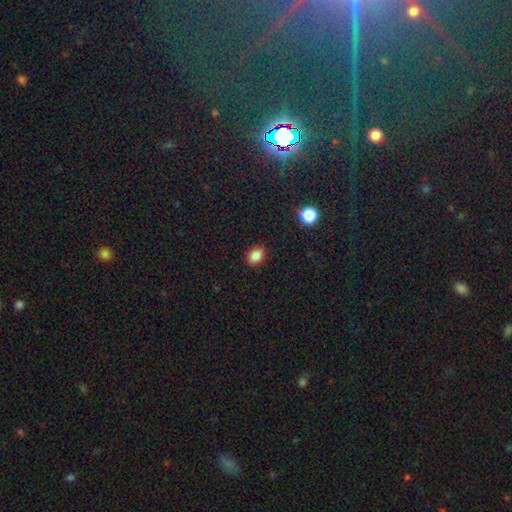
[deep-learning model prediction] A smooth galaxy with no disk features (85%) that is in between round and cigar-shaped (74%).

Vote fractions:
- Smooth or featured? smooth: 85% / star or artifact: 10% / featured or disk: 5%
- How rounded? in between: 74% / round: 25% / cigar-shaped: 1%
- Merging? none: 89% / minor disturbance: 8% / major disturbance: 2% / merger: 1%